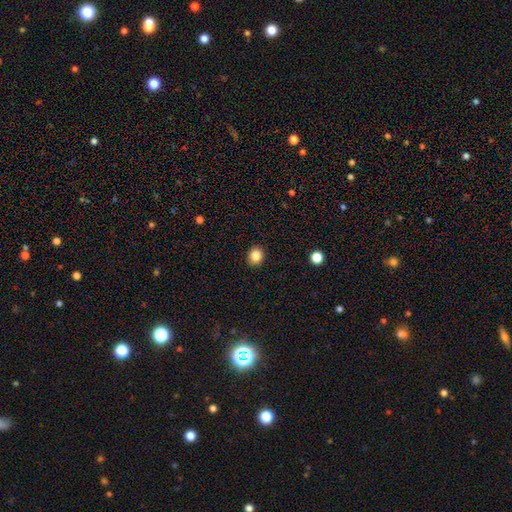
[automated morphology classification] smooth_or_featured: smooth (p=0.85) [alt: star or artifact p=0.11]
how_rounded: round (p=0.71) [alt: in between p=0.28]
merging: none (p=0.91) [alt: minor disturbance p=0.06]